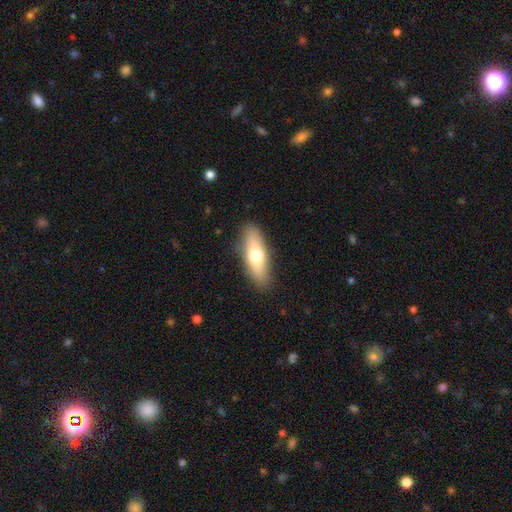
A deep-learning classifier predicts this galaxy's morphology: Smooth or featured: smooth — 64% (featured or disk — 30%)
How rounded: in between — 55% (cigar-shaped — 41%)
Merging: none — 87% (minor disturbance — 9%)